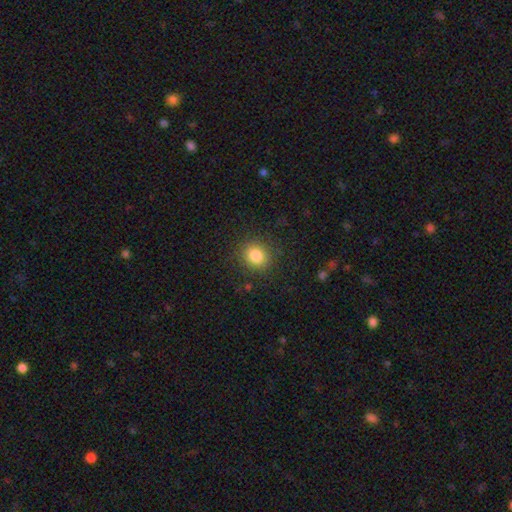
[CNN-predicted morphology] Smooth or featured? Predicted: smooth (p=0.84). How rounded? Predicted: round (p=0.79). Merging? Predicted: none (p=0.87).